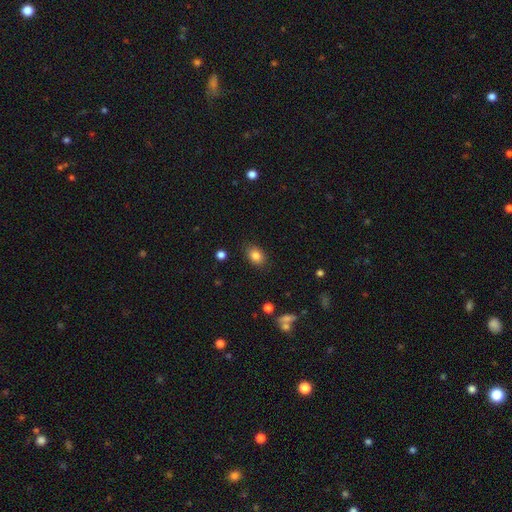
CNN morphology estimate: Smooth or featured: smooth — 83% (star or artifact — 10%)
How rounded: in between — 74% (round — 25%)
Merging: none — 85% (minor disturbance — 11%)